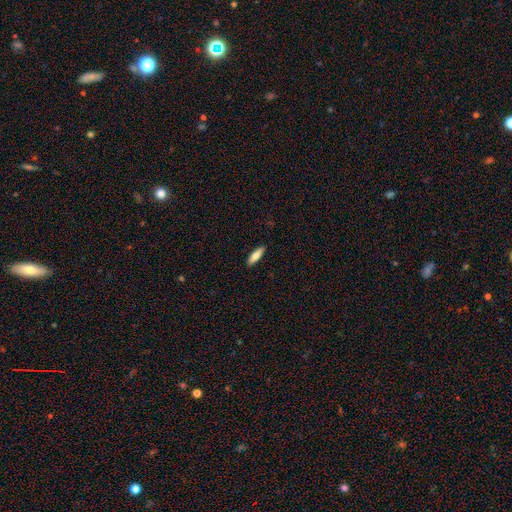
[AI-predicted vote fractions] Overall: smooth (74%). How rounded: cigar-shaped (52%; in between 46%). Merging: none (89%).